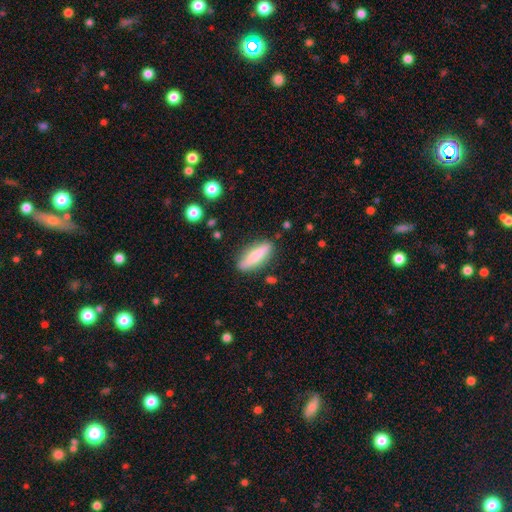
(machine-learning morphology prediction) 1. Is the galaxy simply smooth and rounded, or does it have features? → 74% smooth, 20% featured or disk, 6% star or artifact.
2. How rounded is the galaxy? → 65% cigar-shaped, 33% in between, 2% round.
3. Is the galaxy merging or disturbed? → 85% none, 11% minor disturbance, 3% major disturbance, 2% merger.